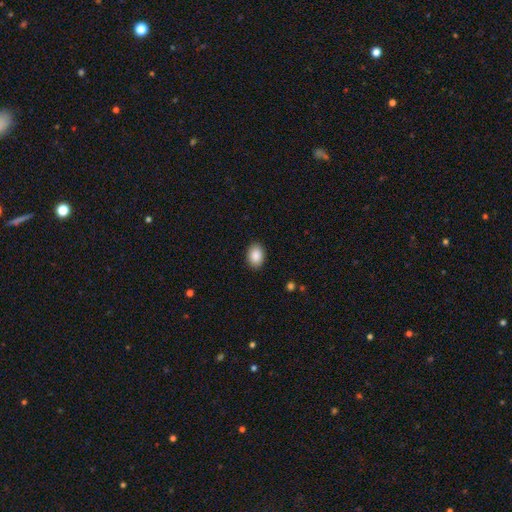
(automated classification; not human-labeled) A smooth galaxy with no disk features (89%) that is in between round and cigar-shaped (82%). Merging: none (89%).